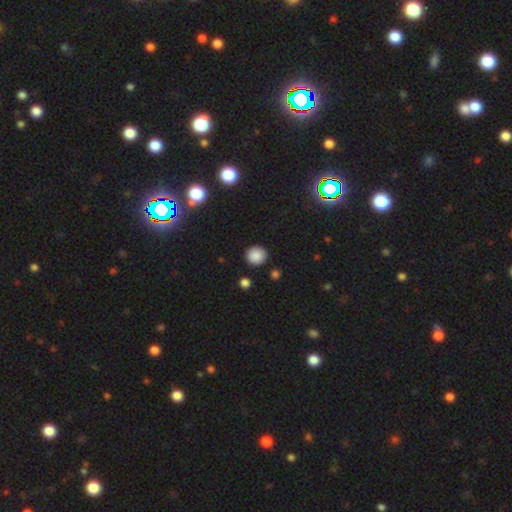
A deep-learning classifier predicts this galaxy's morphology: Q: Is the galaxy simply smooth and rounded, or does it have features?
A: smooth — 86%.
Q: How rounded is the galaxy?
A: round — 91%.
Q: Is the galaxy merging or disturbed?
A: none — 89%.